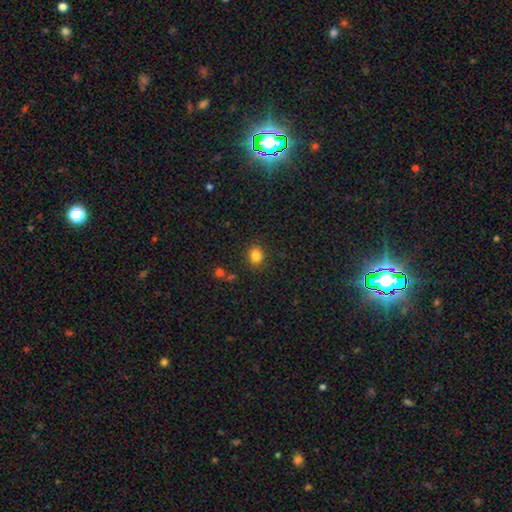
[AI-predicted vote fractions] smooth 83%, star or artifact 12%, featured or disk 5%. Down the decision tree: how rounded — round (61%); merging — none (87%).